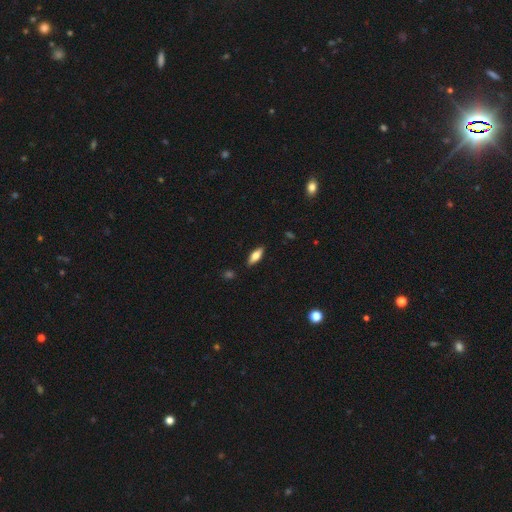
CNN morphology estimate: Overall: smooth (67%). How rounded: in between (71%). Merging: none (88%).